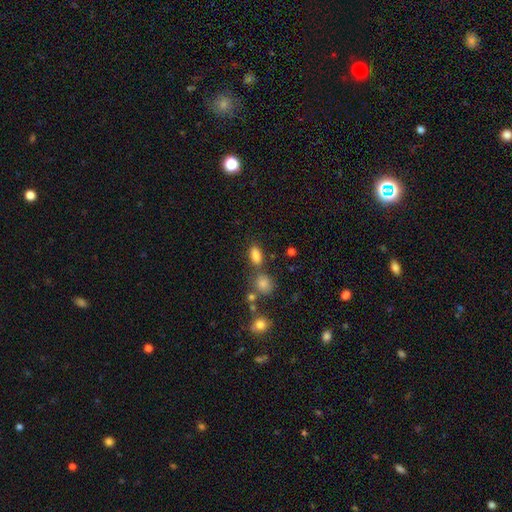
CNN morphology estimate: A smooth galaxy with no disk features (83%) that is in between round and cigar-shaped (85%).

Vote fractions:
- Smooth or featured? smooth: 83% / star or artifact: 11% / featured or disk: 6%
- How rounded? in between: 85% / round: 10% / cigar-shaped: 5%
- Merging? none: 66% / merger: 17% / minor disturbance: 13% / major disturbance: 5%